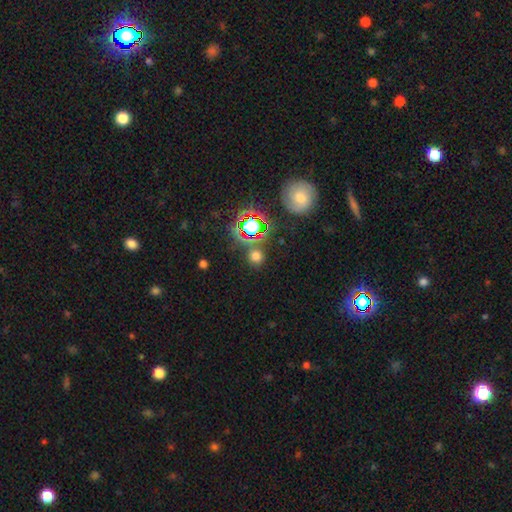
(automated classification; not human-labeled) Q: Smooth or featured?
A: smooth (63%); runner-up: star or artifact (30%)
Q: How rounded?
A: round (88%); runner-up: in between (11%)
Q: Merging?
A: none (79%); runner-up: minor disturbance (9%)